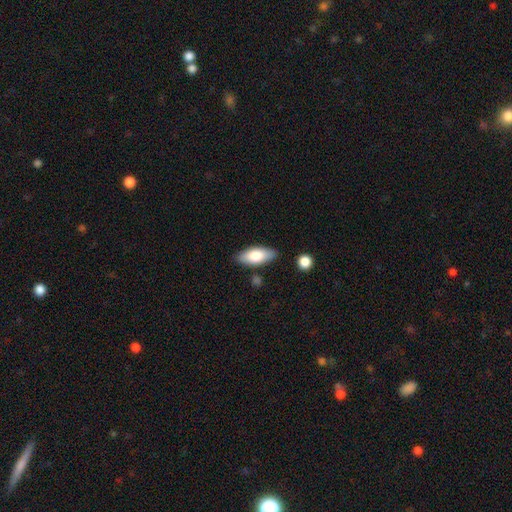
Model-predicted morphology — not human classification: Smooth or featured?
  - smooth: 78% *
  - featured or disk: 17%
  - star or artifact: 6%
How rounded?
  - in between: 82% *
  - cigar-shaped: 16%
  - round: 2%
Merging?
  - none: 83% *
  - minor disturbance: 11%
  - merger: 3%
  - major disturbance: 2%